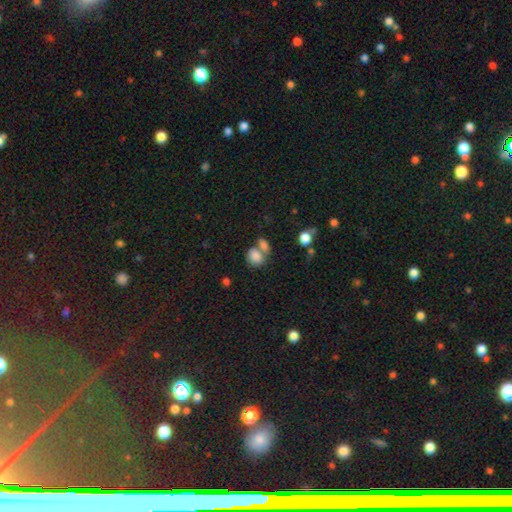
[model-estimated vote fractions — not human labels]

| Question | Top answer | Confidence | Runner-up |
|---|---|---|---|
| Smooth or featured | smooth | 83% | star or artifact (10%) |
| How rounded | round | 49% | tied: in between (49%) |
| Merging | merger | 48% | none (37%) |